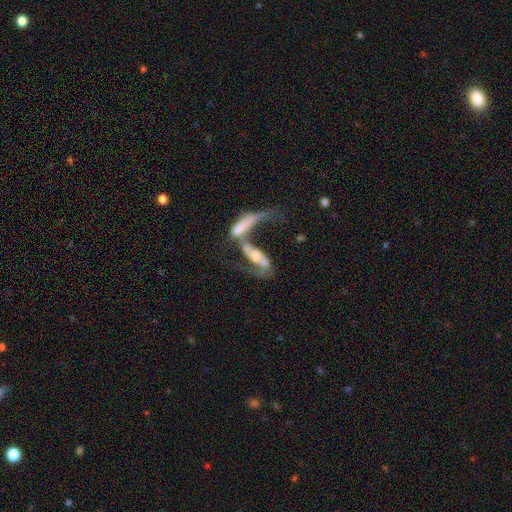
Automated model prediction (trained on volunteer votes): A featured or disk galaxy (69%) with no bar (52%), spiral arms (67%) and a moderate central bulge (37%). Merging: merger (65%).